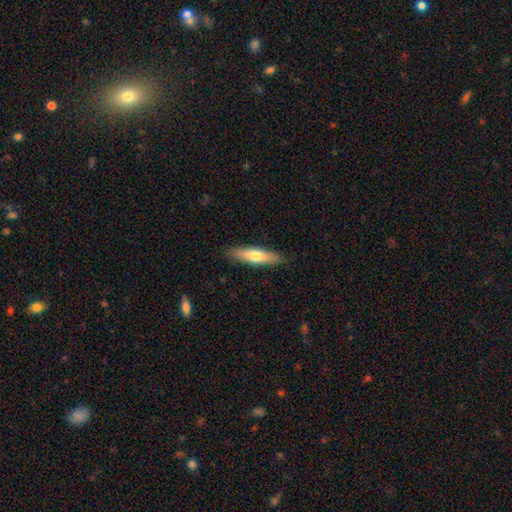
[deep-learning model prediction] The model was most divided on "smooth or featured": smooth: 65%, featured or disk: 29%, star or artifact: 6%. More confident: merging — none (89%); how rounded — cigar-shaped (68%).